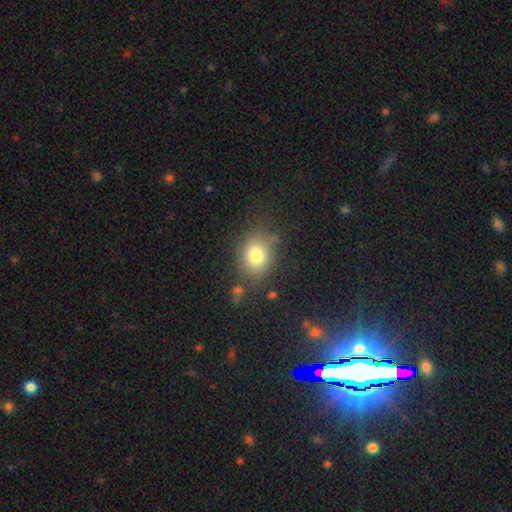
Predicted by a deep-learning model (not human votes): A smooth galaxy with no disk features (79%) that is round (59%). Merging: none (76%).